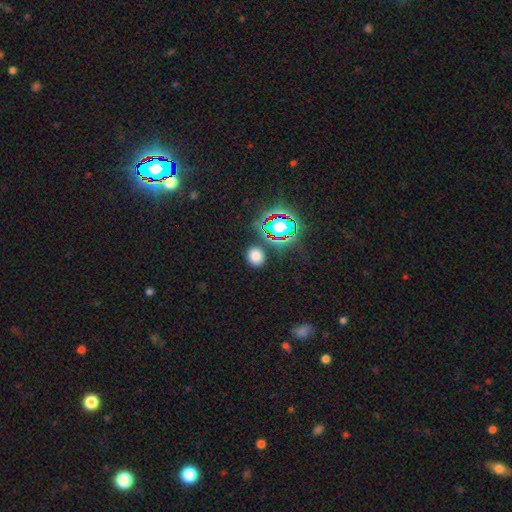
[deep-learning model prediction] The model was most divided on "smooth or featured": smooth: 71%, star or artifact: 23%, featured or disk: 6%. More confident: merging — none (86%); how rounded — round (75%).